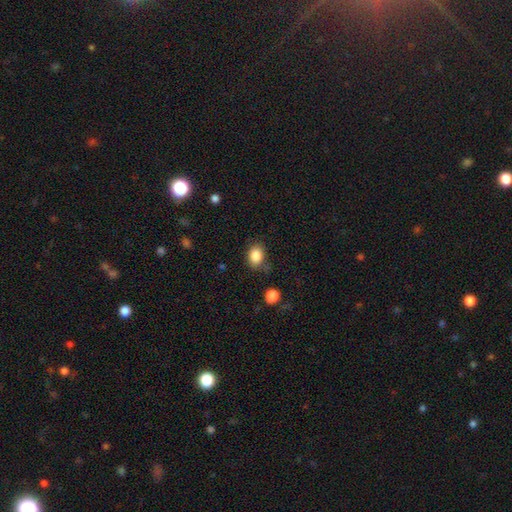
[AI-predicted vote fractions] smooth-or-featured: smooth: 86% | star or artifact: 9% | featured or disk: 5%
  how-rounded: in between: 66% | round: 33% | cigar-shaped: 1%
  merging: none: 74% | minor disturbance: 17% | major disturbance: 4% | merger: 4%